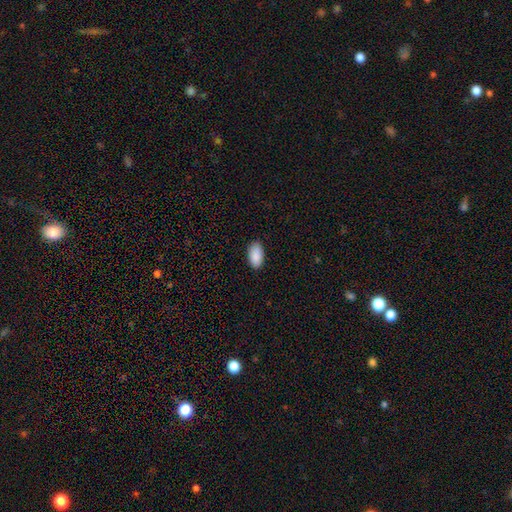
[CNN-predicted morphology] Smooth or featured? smooth (91%)
How rounded? in between (95%)
Merging? none (88%)